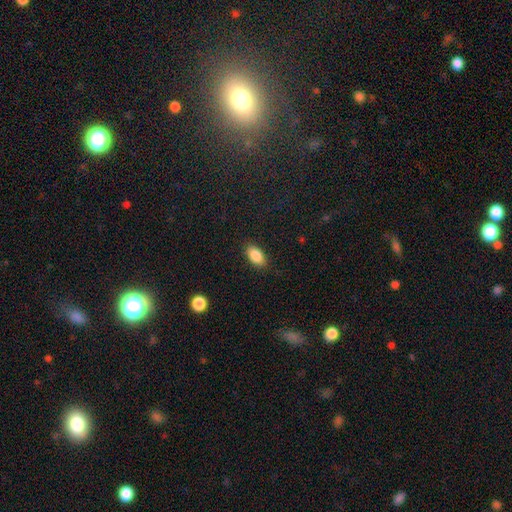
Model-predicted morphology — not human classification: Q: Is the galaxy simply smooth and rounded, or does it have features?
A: smooth — 87%.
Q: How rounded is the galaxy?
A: in between — 92%.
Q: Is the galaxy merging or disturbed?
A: none — 87%.